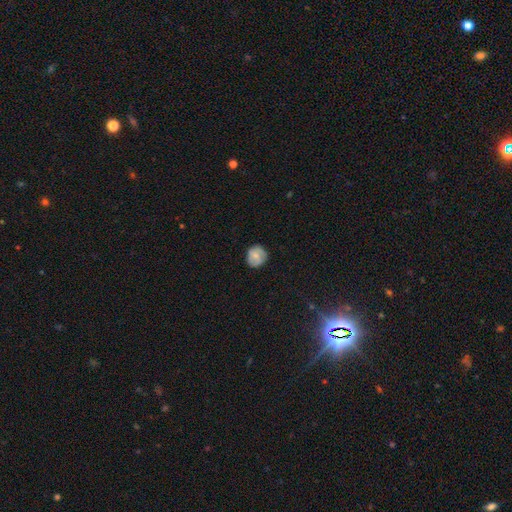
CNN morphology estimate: type=smooth (63%); roundness=round (84%); merging=none (79%).